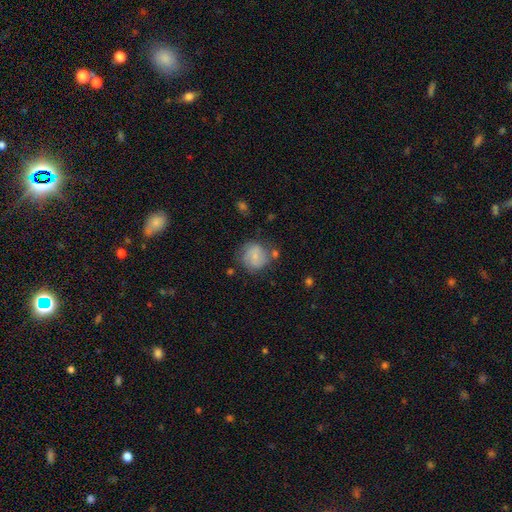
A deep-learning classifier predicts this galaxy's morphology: Q: Smooth or featured?
A: smooth (62%); runner-up: featured or disk (30%)
Q: How rounded?
A: round (84%); runner-up: in between (15%)
Q: Merging?
A: none (61%); runner-up: minor disturbance (22%)